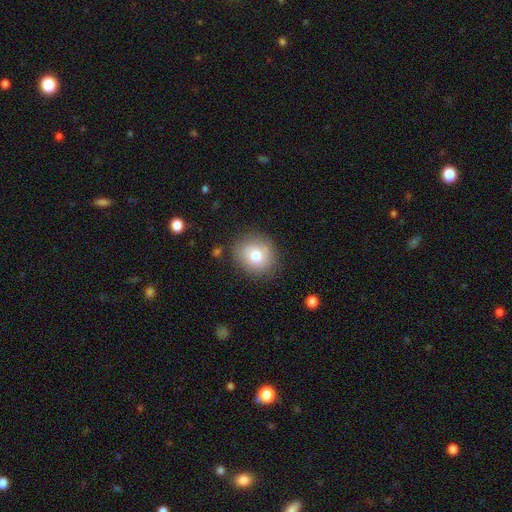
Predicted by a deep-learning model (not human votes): The model was most divided on "smooth or featured": smooth: 76%, featured or disk: 13%, star or artifact: 10%. More confident: merging — none (84%); how rounded — round (83%).